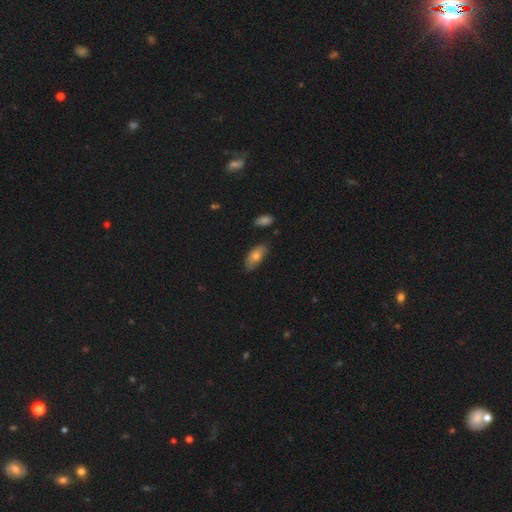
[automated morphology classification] A smooth galaxy with no disk features (71%) that is in between round and cigar-shaped (88%). Merging: none (77%).